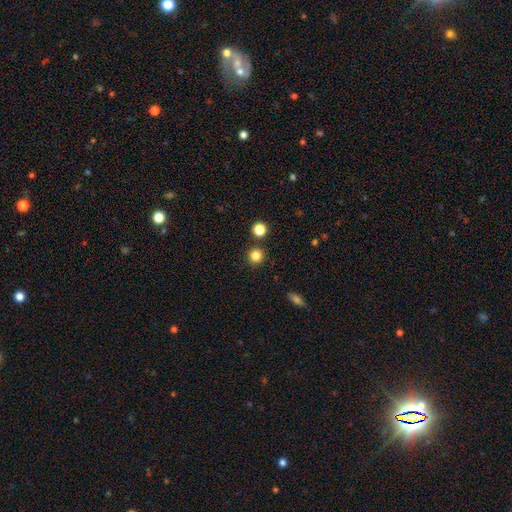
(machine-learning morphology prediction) Q: Smooth or featured?
A: smooth (83%); runner-up: star or artifact (13%)
Q: How rounded?
A: round (94%); runner-up: in between (5%)
Q: Merging?
A: none (88%); runner-up: minor disturbance (6%)